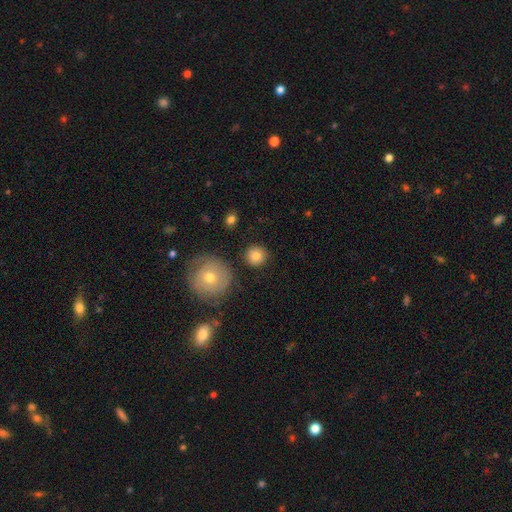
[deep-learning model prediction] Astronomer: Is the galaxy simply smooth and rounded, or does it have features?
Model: smooth — 82%.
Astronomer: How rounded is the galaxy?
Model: round — 94%.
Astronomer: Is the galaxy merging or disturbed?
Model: none — 88%.